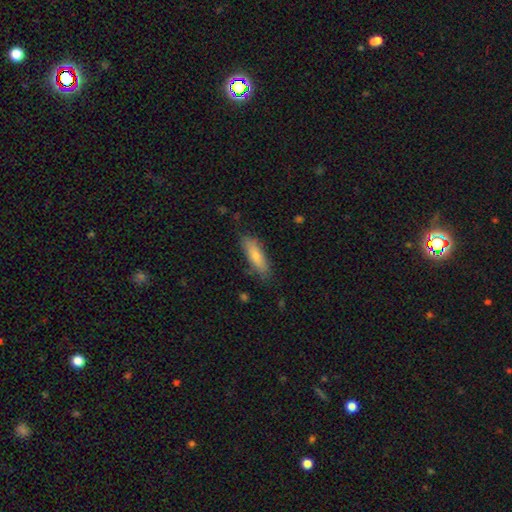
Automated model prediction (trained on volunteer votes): A smooth galaxy with no disk features (80%) that is cigar-shaped (53%). Merging: none (79%).